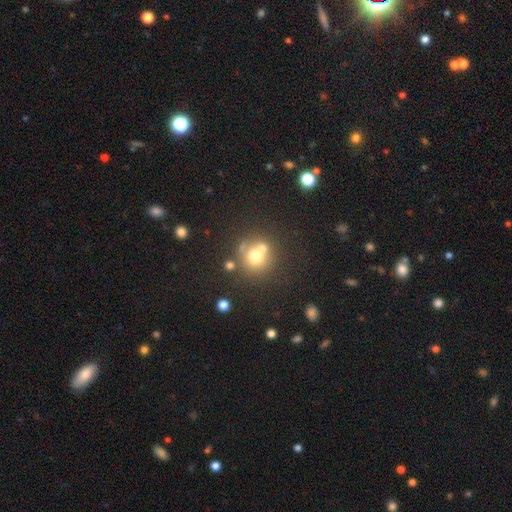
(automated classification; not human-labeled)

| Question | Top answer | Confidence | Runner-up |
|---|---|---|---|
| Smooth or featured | smooth | 65% | featured or disk (20%) |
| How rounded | round | 89% | in between (10%) |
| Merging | none | 51% | merger (34%) |